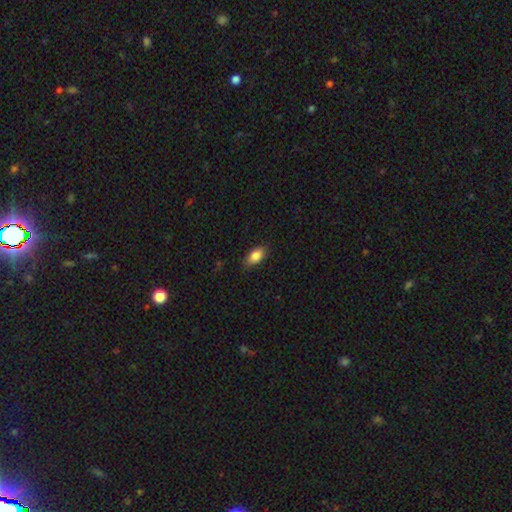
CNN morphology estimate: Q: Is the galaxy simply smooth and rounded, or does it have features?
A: smooth — 86%.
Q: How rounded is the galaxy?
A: in between — 90%.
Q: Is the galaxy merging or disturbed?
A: none — 84%.